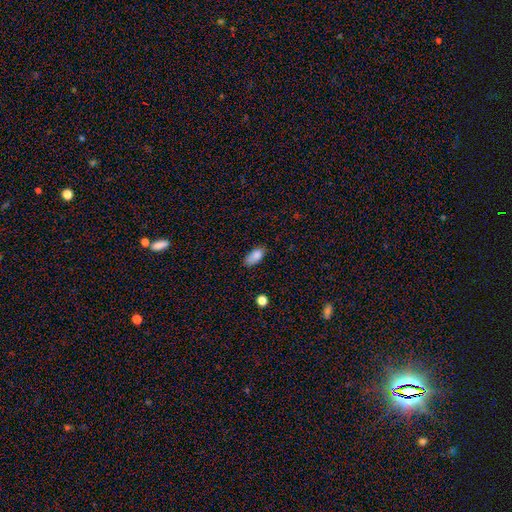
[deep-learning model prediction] A smooth galaxy with no disk features (85%) that is in between round and cigar-shaped (89%). Merging: none (63%).